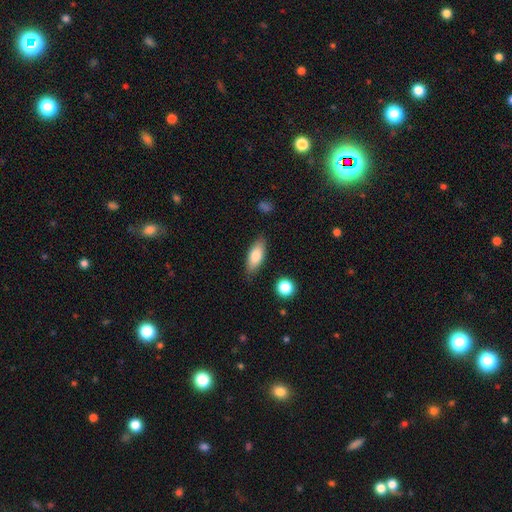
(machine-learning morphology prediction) A smooth galaxy with no disk features (78%) that is in between round and cigar-shaped (77%). Merging: none (83%).